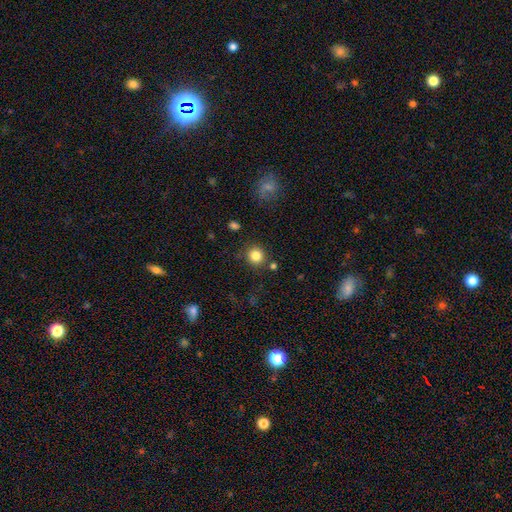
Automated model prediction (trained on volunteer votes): Smooth or featured: smooth — 83% (star or artifact — 11%)
How rounded: round — 92% (in between — 8%)
Merging: none — 85% (minor disturbance — 8%)